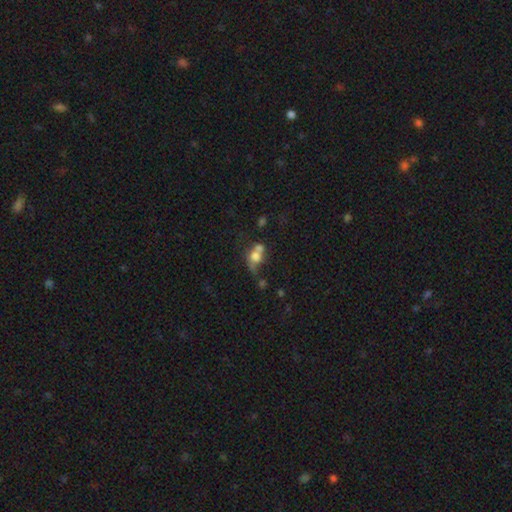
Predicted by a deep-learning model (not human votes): Smooth or featured: smooth — 65% (featured or disk — 23%)
How rounded: round — 59% (in between — 39%)
Merging: merger — 53% (none — 22%)